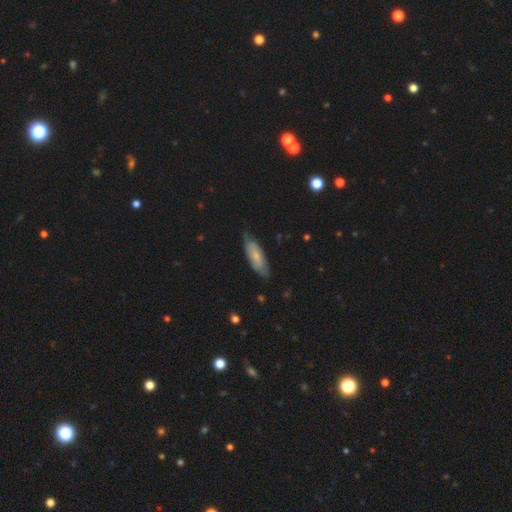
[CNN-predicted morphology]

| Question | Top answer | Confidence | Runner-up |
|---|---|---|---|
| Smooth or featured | smooth | 62% | featured or disk (32%) |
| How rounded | in between | 60% | cigar-shaped (39%) |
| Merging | none | 69% | minor disturbance (25%) |